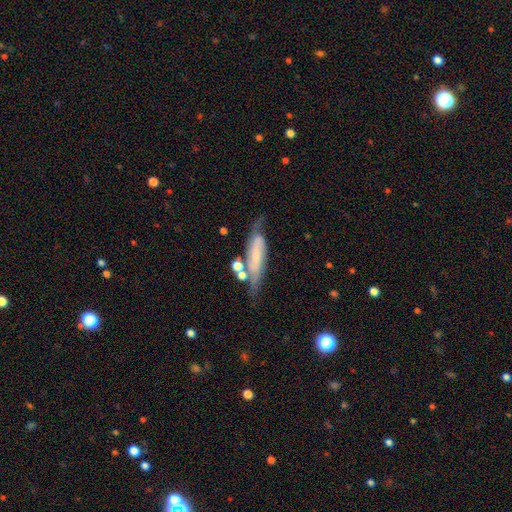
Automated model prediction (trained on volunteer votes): Overall: featured or disk (65%; smooth 27%). Edge-on disk: no (70%). Merging: none (53%; minor disturbance 24%).